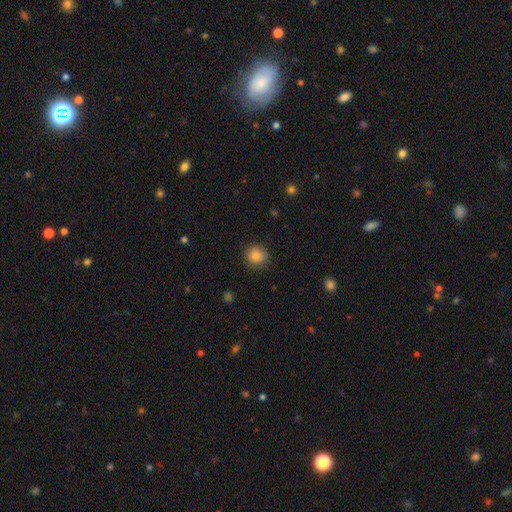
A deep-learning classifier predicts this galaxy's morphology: Q: Smooth or featured?
A: smooth (84%); runner-up: star or artifact (10%)
Q: How rounded?
A: round (86%); runner-up: in between (13%)
Q: Merging?
A: none (87%); runner-up: minor disturbance (10%)